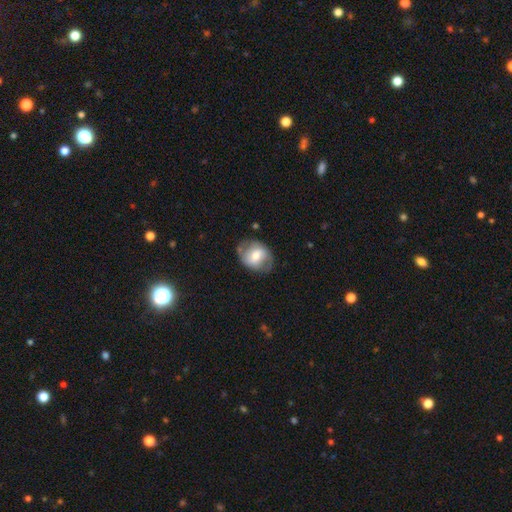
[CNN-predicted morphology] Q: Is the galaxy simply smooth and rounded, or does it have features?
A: featured or disk — 51%.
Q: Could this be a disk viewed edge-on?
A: no — 96%.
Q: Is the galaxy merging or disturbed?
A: none — 70%.